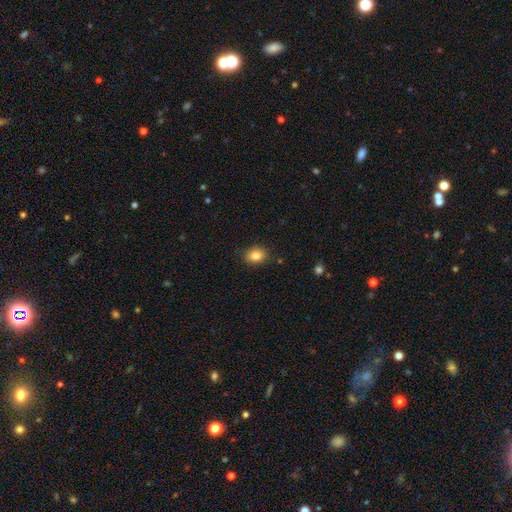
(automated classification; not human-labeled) Smooth or featured? smooth (85%)
How rounded? in between (60%)
Merging? none (87%)